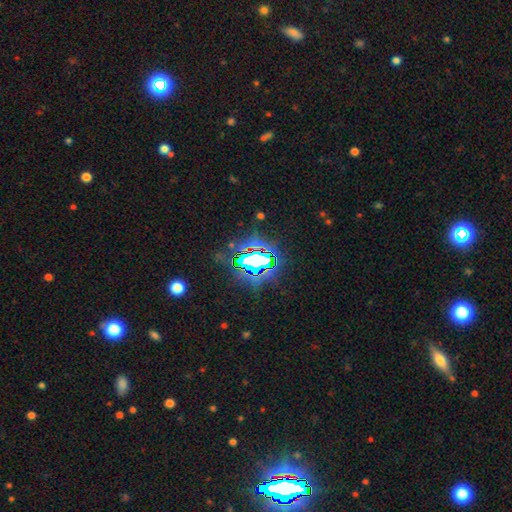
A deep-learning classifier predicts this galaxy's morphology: A star or artifact, not a galaxy (77%).

Vote fractions:
- Smooth or featured? star or artifact: 77% / smooth: 12% / featured or disk: 10%